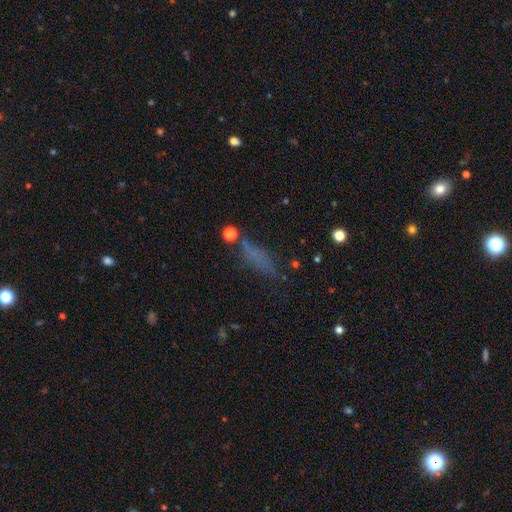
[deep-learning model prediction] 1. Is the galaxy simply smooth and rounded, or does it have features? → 57% smooth, 22% star or artifact, 21% featured or disk.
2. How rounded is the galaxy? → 59% cigar-shaped, 35% in between, 6% round.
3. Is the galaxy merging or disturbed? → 59% none, 21% minor disturbance, 13% major disturbance, 7% merger.